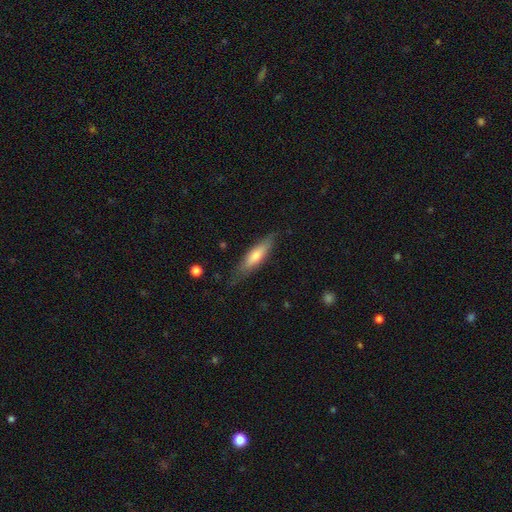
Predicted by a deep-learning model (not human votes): Smooth or featured? smooth (57%)
How rounded? cigar-shaped (72%)
Merging? none (77%)